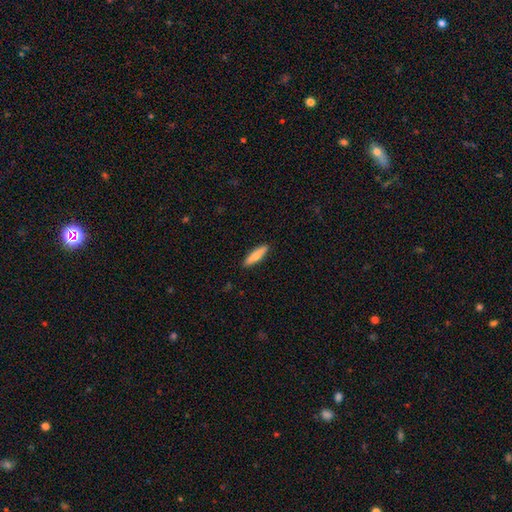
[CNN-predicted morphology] This is likely a smooth galaxy (75%). How rounded: likely cigar-shaped (71%). Merging: clearly none (90%).